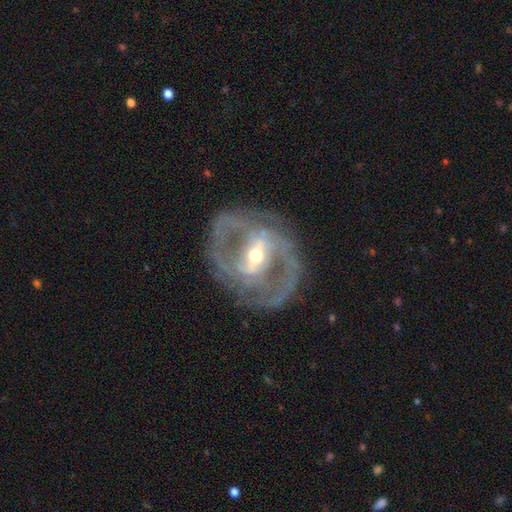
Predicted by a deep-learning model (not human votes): smooth-or-featured: featured or disk: 89% | star or artifact: 5% | smooth: 5%
  disk-edge-on: no: 95% | yes: 5%
    bar: strong: 58% | weak: 31% | no: 11%
    has-spiral-arms: yes: 92% | no: 8%
      spiral-winding: medium: 50% | tight: 34% | loose: 16%
      spiral-arm-count: 2: 78% | can't tell: 8% | 3: 7% | 1: 2% | 4: 2% | more than 4: 2%
    bulge-size: moderate: 59% | small: 35% | large: 5% | dominant: 1% | none: 1%
  merging: none: 75% | minor disturbance: 14% | major disturbance: 9% | merger: 1%